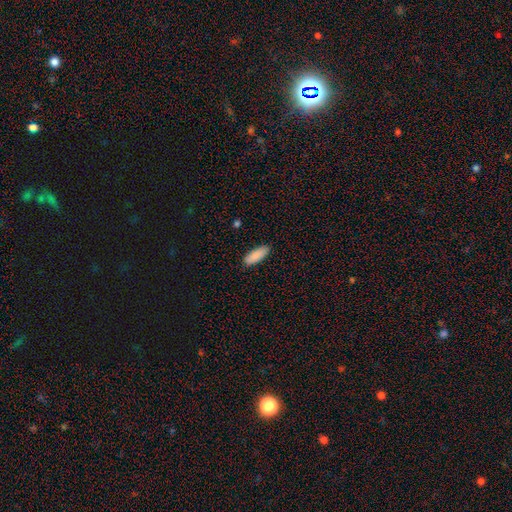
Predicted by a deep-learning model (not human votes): Smooth or featured: smooth — 89% (star or artifact — 6%)
How rounded: in between — 67% (cigar-shaped — 31%)
Merging: none — 87% (minor disturbance — 10%)